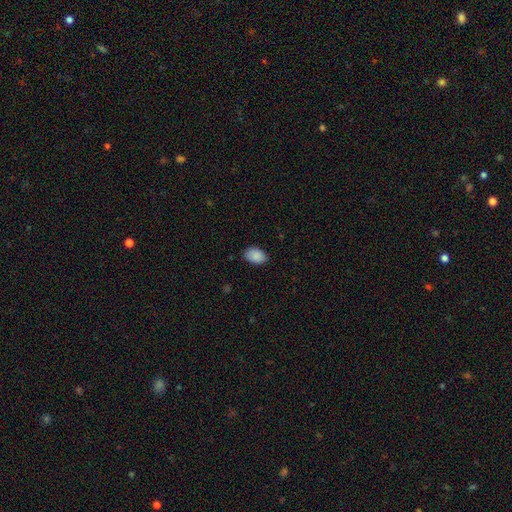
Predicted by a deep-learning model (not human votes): Overall: smooth (89%). How rounded: in between (86%). Merging: none (84%).